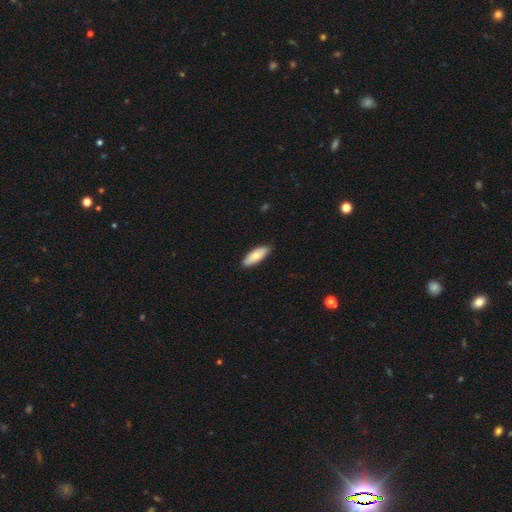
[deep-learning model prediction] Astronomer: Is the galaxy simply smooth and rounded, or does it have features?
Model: smooth — 79%.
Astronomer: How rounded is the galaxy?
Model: in between — 71%.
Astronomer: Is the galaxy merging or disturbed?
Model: none — 88%.